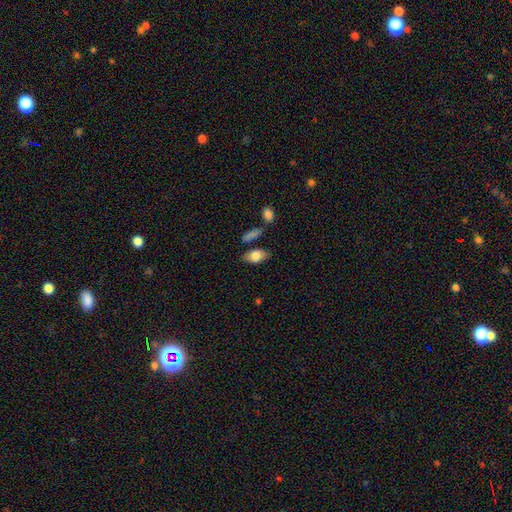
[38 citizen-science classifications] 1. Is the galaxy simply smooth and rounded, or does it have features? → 66% smooth, 32% featured or disk, 3% star or artifact.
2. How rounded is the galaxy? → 92% in between, 8% round, 0% cigar-shaped.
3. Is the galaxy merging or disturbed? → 86% none, 8% minor disturbance, 3% major disturbance, 3% merger.